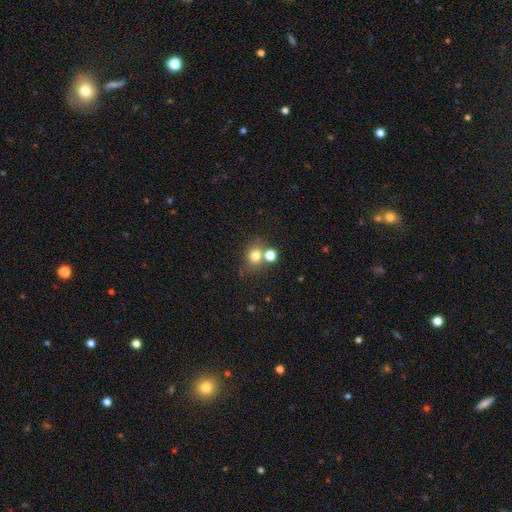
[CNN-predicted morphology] Smooth or featured? smooth (75%)
How rounded? round (77%)
Merging? none (58%)